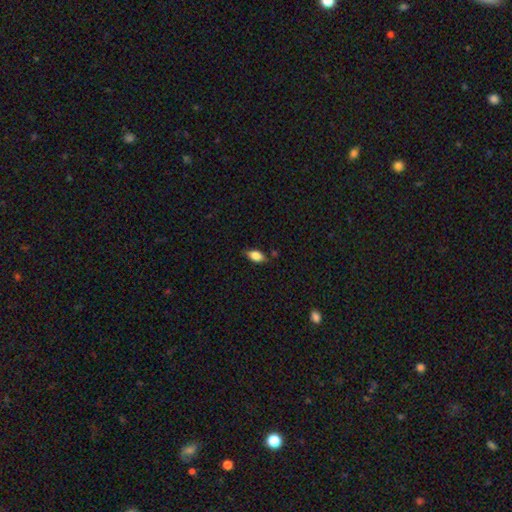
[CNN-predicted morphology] The model was most divided on "merging": none: 78%, minor disturbance: 16%, major disturbance: 3%, merger: 2%. More confident: how rounded — in between (88%); smooth or featured — smooth (81%).